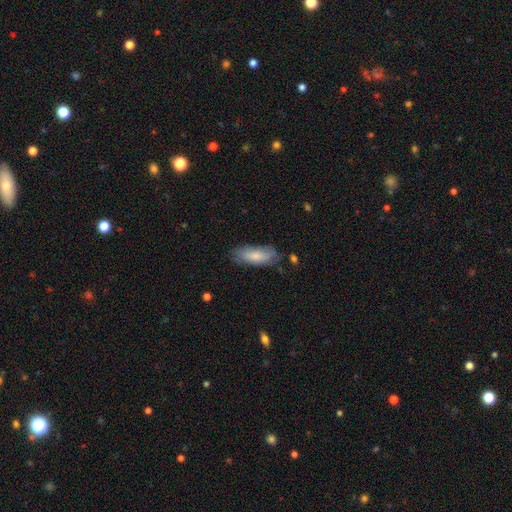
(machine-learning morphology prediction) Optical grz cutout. It shows a smooth galaxy with no disk features (76%) that is in between round and cigar-shaped (74%). Merging: none (70%).